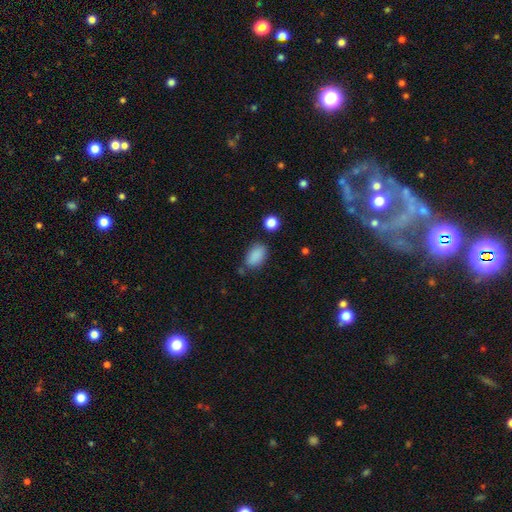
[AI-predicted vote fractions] Smooth or featured: smooth — 88% (star or artifact — 8%)
How rounded: in between — 90% (round — 7%)
Merging: none — 74% (minor disturbance — 17%)